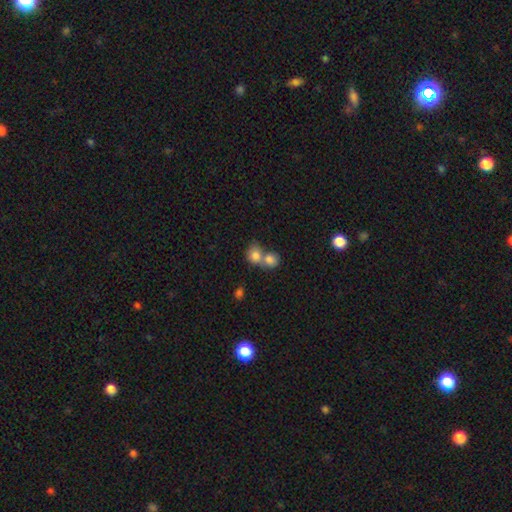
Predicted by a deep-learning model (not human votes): Q: Smooth or featured?
A: smooth (81%); runner-up: featured or disk (10%)
Q: How rounded?
A: round (66%); runner-up: in between (33%)
Q: Merging?
A: merger (63%); runner-up: none (28%)